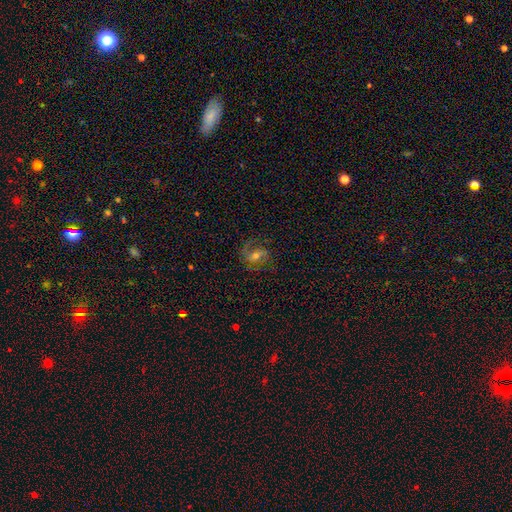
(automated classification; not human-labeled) Smooth or featured: featured or disk — 79% (smooth — 11%)
Edge-on disk: no — 97% (yes — 3%)
Bar: weak — 46% (no — 34%)
Spiral arms: yes — 95% (no — 5%)
Spiral winding: medium — 55% (tight — 25%)
Spiral arm count: 2 — 85% (can't tell — 5%)
Bulge size: moderate — 59% (small — 32%)
Merging: none — 78% (minor disturbance — 13%)